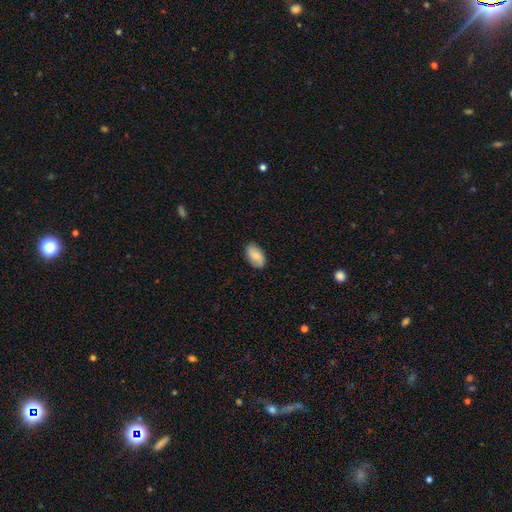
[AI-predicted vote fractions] smooth_or_featured: smooth (p=0.76) [alt: featured or disk p=0.17]
how_rounded: in between (p=0.94) [alt: round p=0.04]
merging: none (p=0.85) [alt: minor disturbance p=0.11]